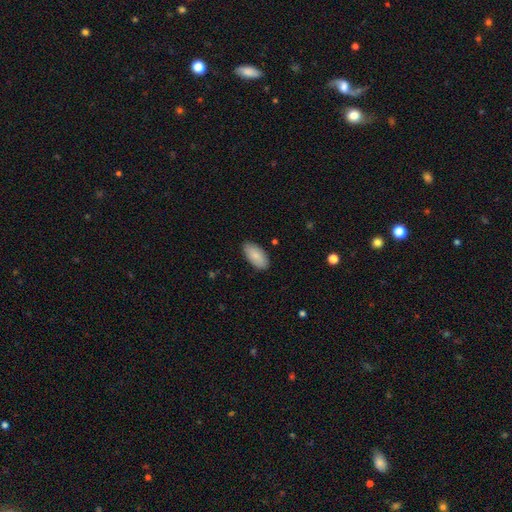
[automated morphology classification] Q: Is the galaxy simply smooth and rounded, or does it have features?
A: smooth — 85%.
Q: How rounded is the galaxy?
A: in between — 94%.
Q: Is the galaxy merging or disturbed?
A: none — 86%.